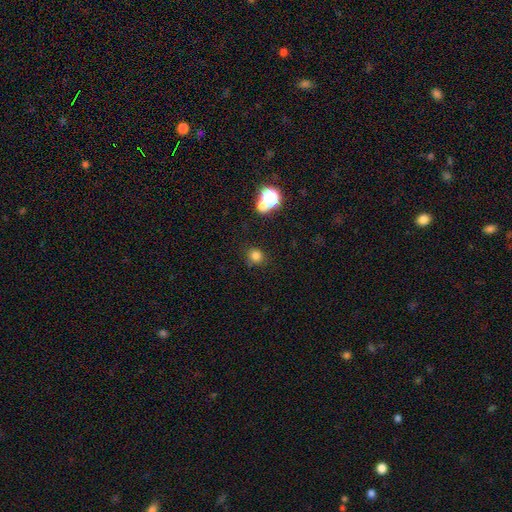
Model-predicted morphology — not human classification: smooth-or-featured: smooth: 78% | star or artifact: 17% | featured or disk: 5%
  how-rounded: round: 84% | in between: 15% | cigar-shaped: 1%
  merging: none: 82% | minor disturbance: 10% | merger: 5% | major disturbance: 3%